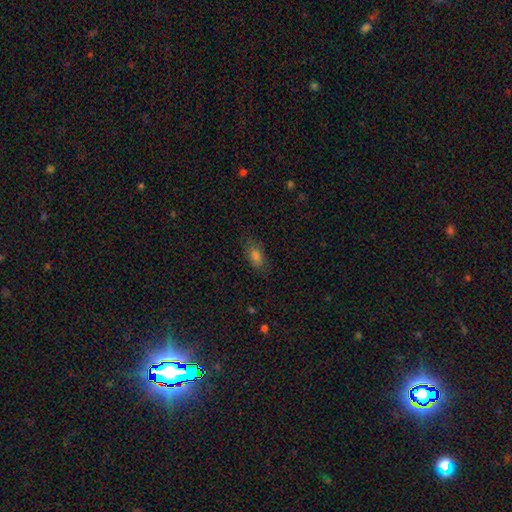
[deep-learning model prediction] A smooth galaxy with no disk features (67%) that is in between round and cigar-shaped (83%).

Vote fractions:
- Smooth or featured? smooth: 67% / star or artifact: 20% / featured or disk: 14%
- How rounded? in between: 83% / round: 10% / cigar-shaped: 7%
- Merging? none: 77% / minor disturbance: 16% / major disturbance: 6% / merger: 1%